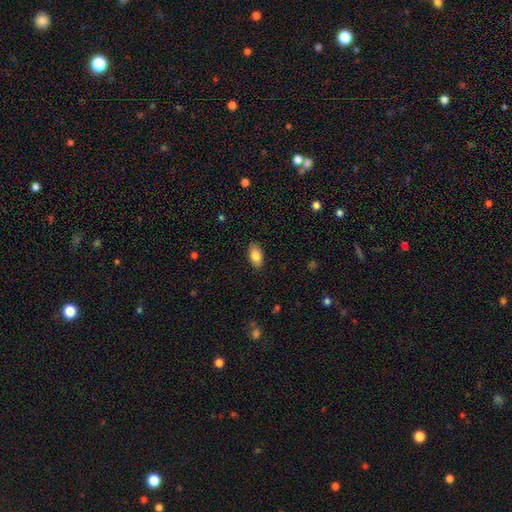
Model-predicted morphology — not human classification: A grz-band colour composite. It shows a smooth galaxy with no disk features (85%) that is in between round and cigar-shaped (92%). Merging: none (87%).